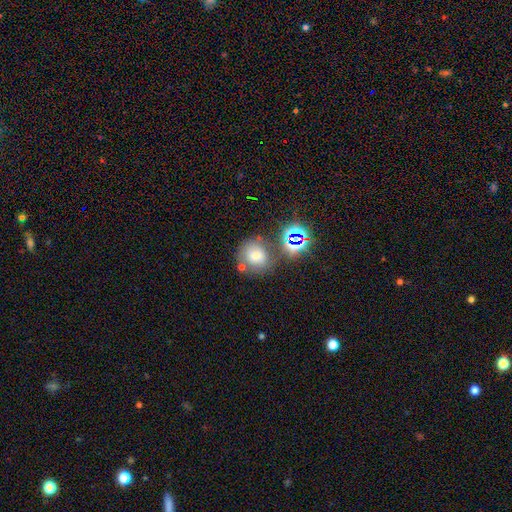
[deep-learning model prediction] Smooth or featured: smooth — 58% (star or artifact — 28%)
How rounded: round — 83% (in between — 16%)
Merging: none — 64% (merger — 17%)